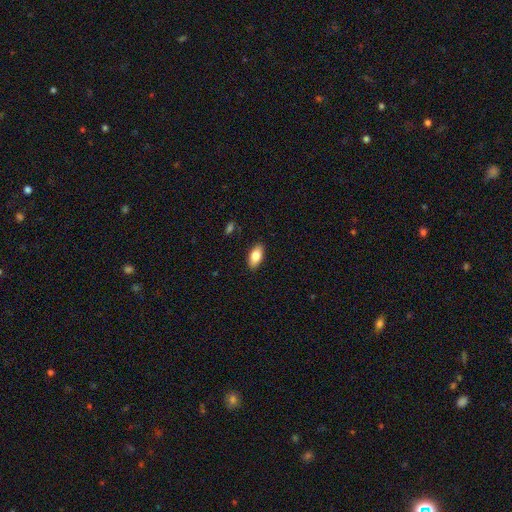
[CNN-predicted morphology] Smooth or featured: smooth — 82% (featured or disk — 12%)
How rounded: in between — 89% (cigar-shaped — 8%)
Merging: none — 88% (minor disturbance — 9%)